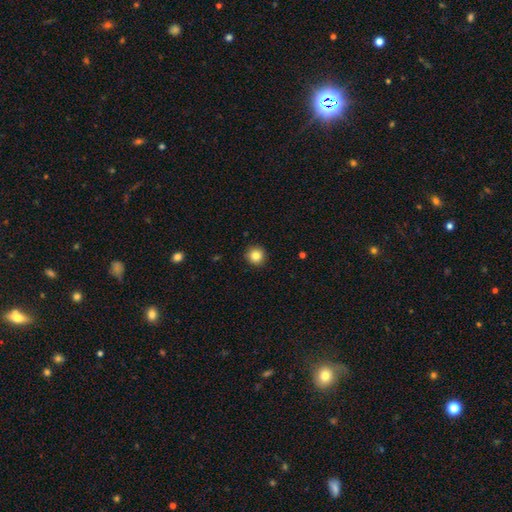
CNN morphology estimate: Smooth or featured? smooth (84%)
How rounded? round (95%)
Merging? none (92%)